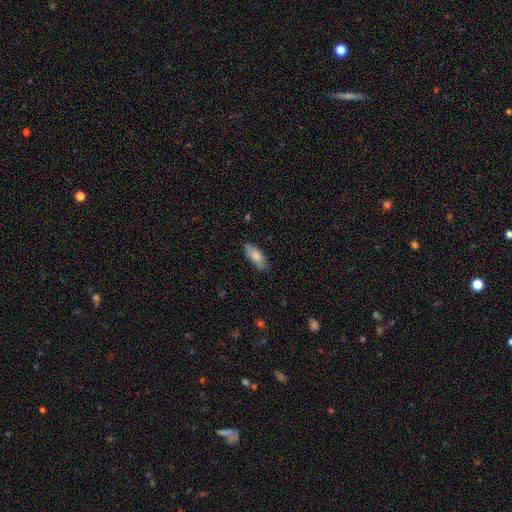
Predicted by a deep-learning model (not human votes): Smooth or featured? Predicted: smooth (p=0.82). How rounded? Predicted: in between (p=0.80). Merging? Predicted: none (p=0.83).